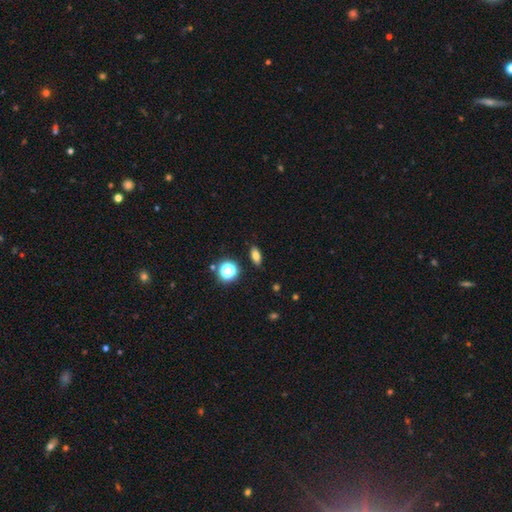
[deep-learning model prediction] A smooth galaxy with no disk features (77%) that is in between round and cigar-shaped (80%). Merging: none (88%).